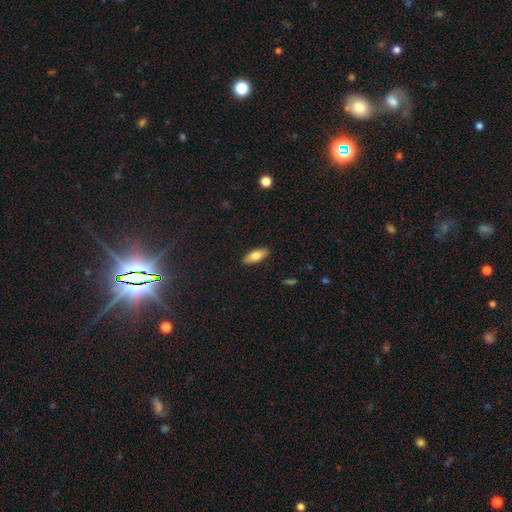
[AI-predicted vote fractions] This is likely a smooth galaxy (74%). How rounded: likely in between (74%). Merging: clearly none (89%).